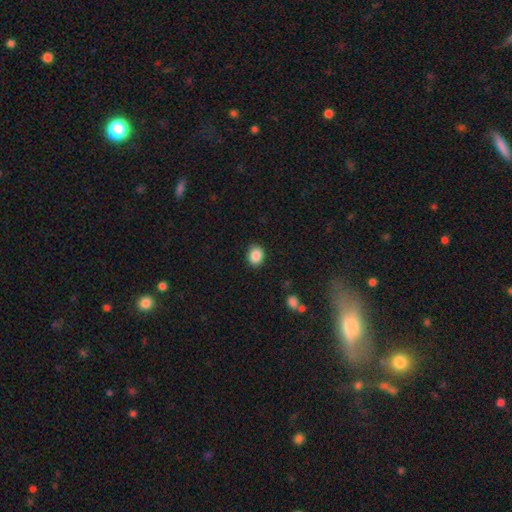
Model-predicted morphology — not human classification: Smooth or featured? Predicted: smooth (p=0.88). How rounded? Predicted: round (p=0.65). Merging? Predicted: none (p=0.88).